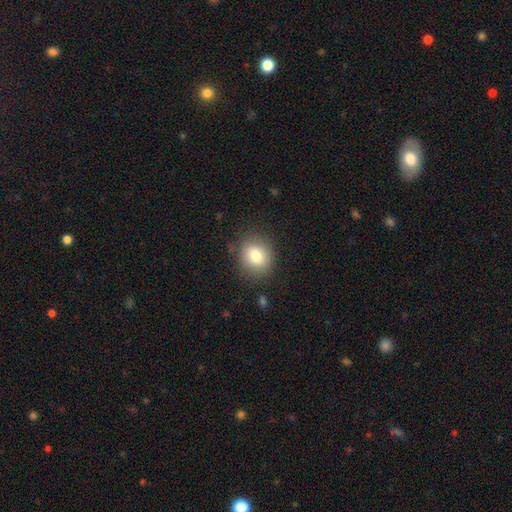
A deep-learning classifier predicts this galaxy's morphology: Overall: smooth (79%). How rounded: round (69%; in between 30%). Merging: none (84%).